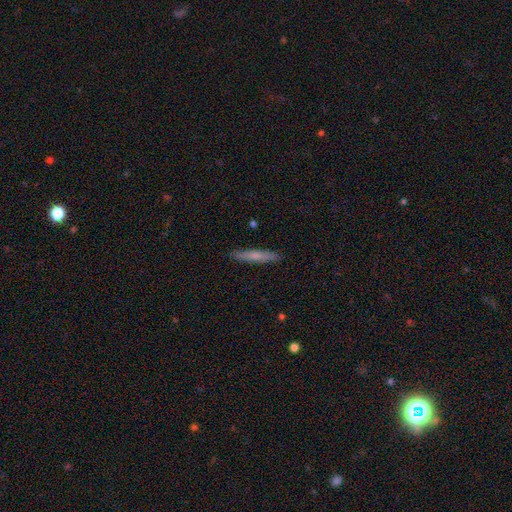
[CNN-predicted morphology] This appears to be a smooth galaxy with no disk features (62%) that is cigar-shaped (94%). Merging: none (91%).